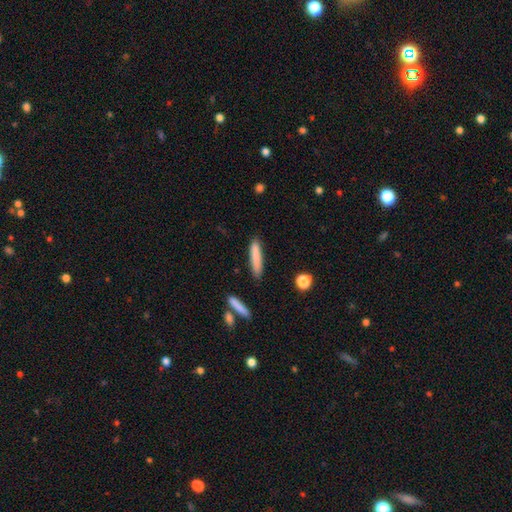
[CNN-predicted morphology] Smooth or featured? smooth (82%)
How rounded? cigar-shaped (89%)
Merging? none (86%)